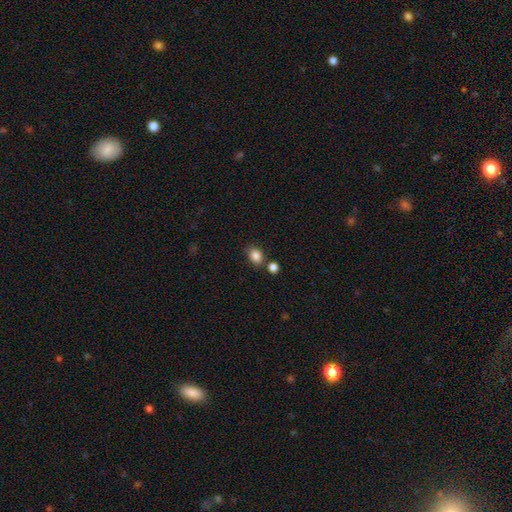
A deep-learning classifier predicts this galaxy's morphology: Smooth or featured: smooth — 85% (star or artifact — 10%)
How rounded: in between — 61% (round — 38%)
Merging: none — 72% (merger — 13%)